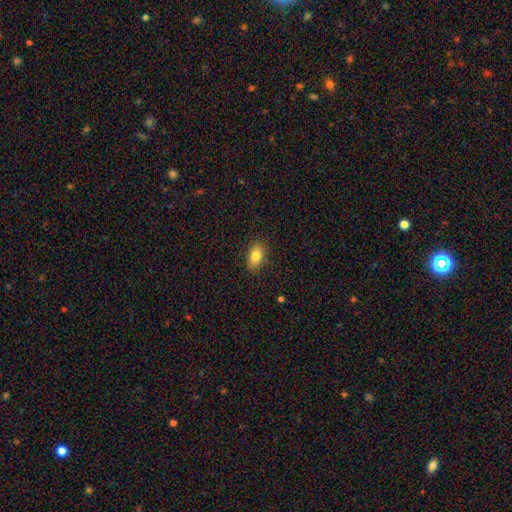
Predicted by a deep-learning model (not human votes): Q: Smooth or featured?
A: smooth (82%); runner-up: featured or disk (9%)
Q: How rounded?
A: in between (87%); runner-up: round (9%)
Q: Merging?
A: none (87%); runner-up: minor disturbance (10%)